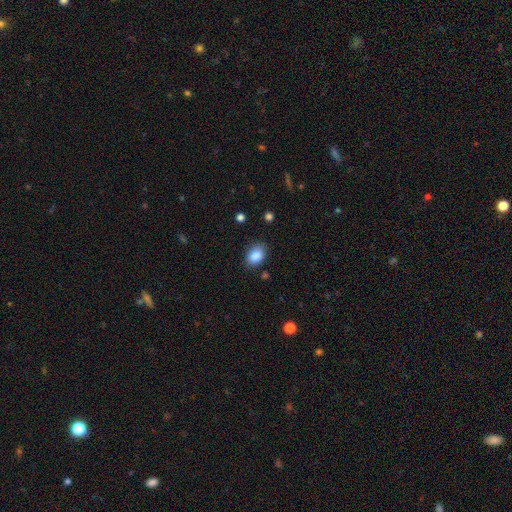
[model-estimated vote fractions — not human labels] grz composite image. It shows a smooth galaxy with no disk features (87%) that is in between round and cigar-shaped (77%). Merging: none (80%).